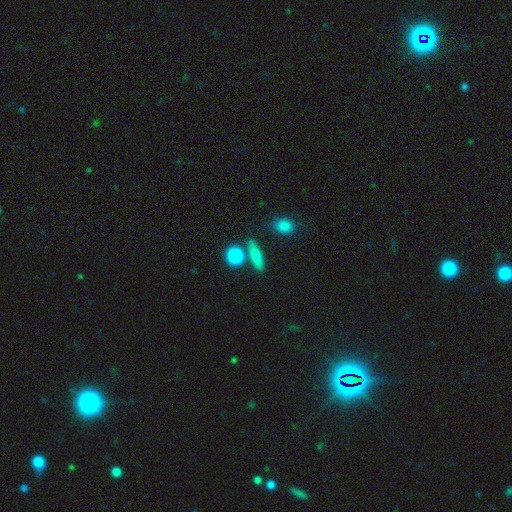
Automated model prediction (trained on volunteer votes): This is likely a smooth galaxy (75%). How rounded: possibly cigar-shaped (52%). Merging: likely none (76%).